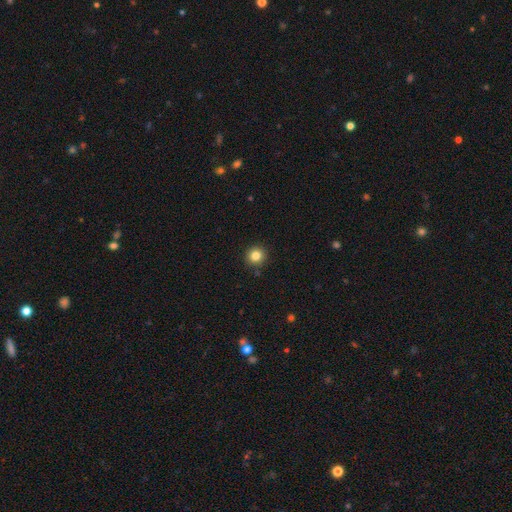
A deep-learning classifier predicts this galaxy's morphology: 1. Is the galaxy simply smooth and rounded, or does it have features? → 83% smooth, 11% star or artifact, 6% featured or disk.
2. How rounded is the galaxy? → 91% round, 8% in between, 1% cigar-shaped.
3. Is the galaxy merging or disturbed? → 91% none, 6% minor disturbance, 2% major disturbance, 1% merger.